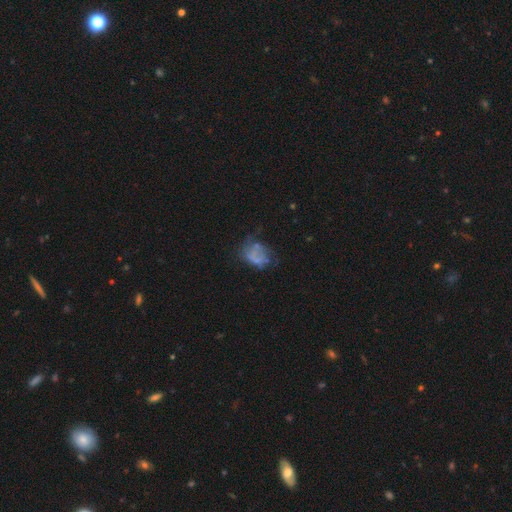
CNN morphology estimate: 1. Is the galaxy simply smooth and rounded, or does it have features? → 46% featured or disk, 39% smooth, 15% star or artifact.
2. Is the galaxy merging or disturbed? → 35% major disturbance, 34% none, 23% minor disturbance, 8% merger.